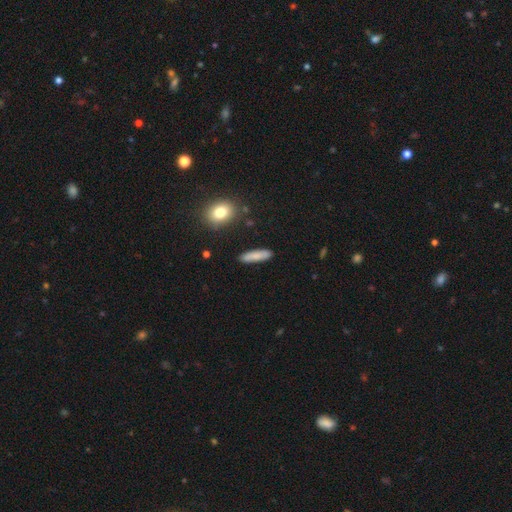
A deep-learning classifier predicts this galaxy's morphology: smooth-or-featured: smooth: 81% | featured or disk: 12% | star or artifact: 7%
  how-rounded: cigar-shaped: 71% | in between: 27% | round: 2%
  merging: none: 87% | minor disturbance: 9% | major disturbance: 2% | merger: 2%